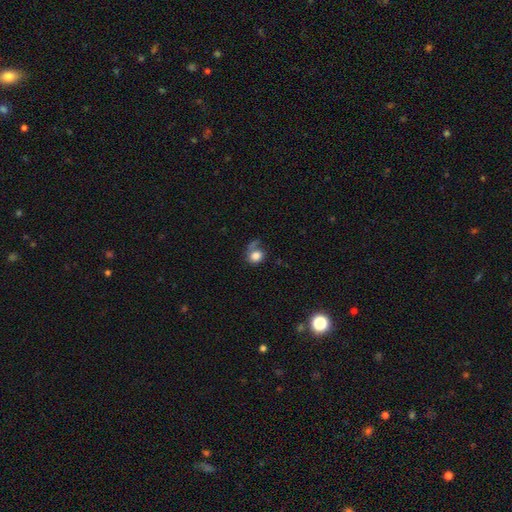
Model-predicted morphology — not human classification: A smooth galaxy with no disk features (79%) that is round (65%).

Vote fractions:
- Smooth or featured? smooth: 79% / featured or disk: 12% / star or artifact: 9%
- How rounded? round: 65% / in between: 34% / cigar-shaped: 1%
- Merging? none: 45% / major disturbance: 21% / minor disturbance: 21% / merger: 13%